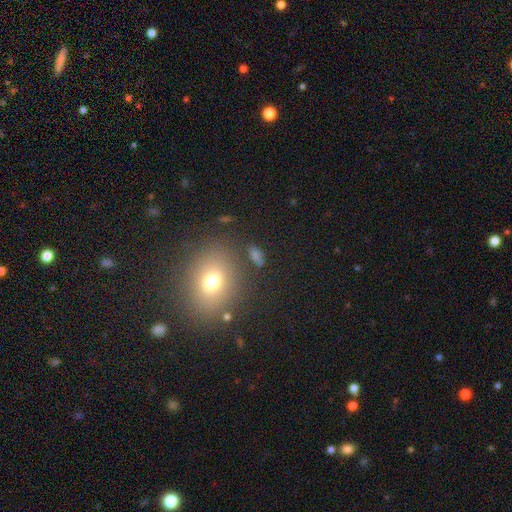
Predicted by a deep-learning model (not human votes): smooth 62%, star or artifact 24%, featured or disk 14%. Down the decision tree: how rounded — in between (65%); merging — none (77%).